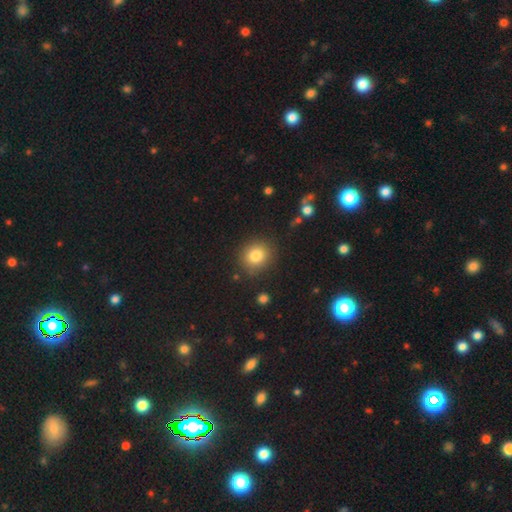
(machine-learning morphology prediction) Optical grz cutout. It shows a smooth galaxy with no disk features (82%) that is round (80%). Merging: none (86%).